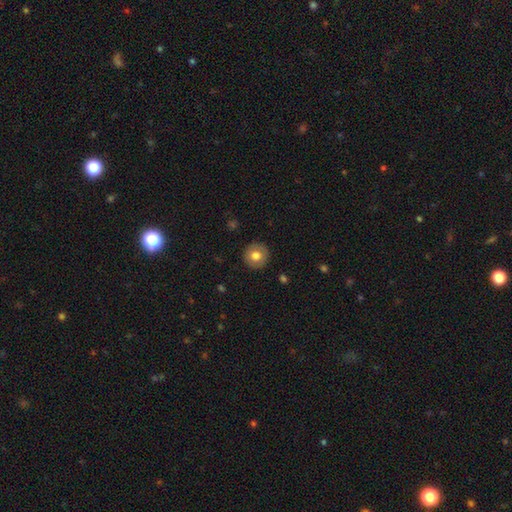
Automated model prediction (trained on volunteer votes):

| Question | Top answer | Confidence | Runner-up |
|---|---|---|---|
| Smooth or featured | smooth | 77% | featured or disk (15%) |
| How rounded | round | 94% | in between (5%) |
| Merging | none | 91% | minor disturbance (6%) |